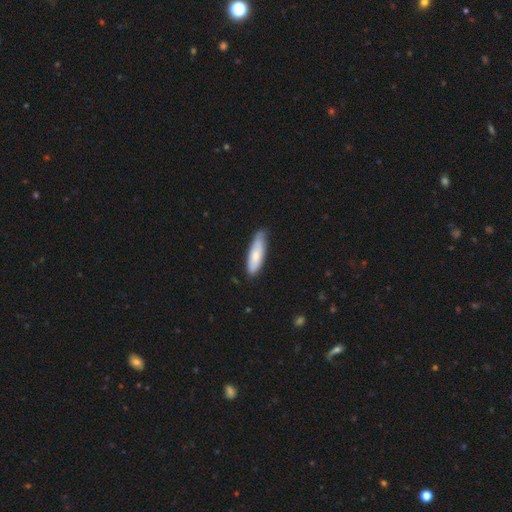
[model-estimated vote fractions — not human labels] A smooth galaxy with no disk features (71%) that is cigar-shaped (54%).

Vote fractions:
- Smooth or featured? smooth: 71% / featured or disk: 23% / star or artifact: 5%
- How rounded? cigar-shaped: 54% / in between: 45% / round: 2%
- Merging? none: 70% / minor disturbance: 25% / major disturbance: 4% / merger: 2%